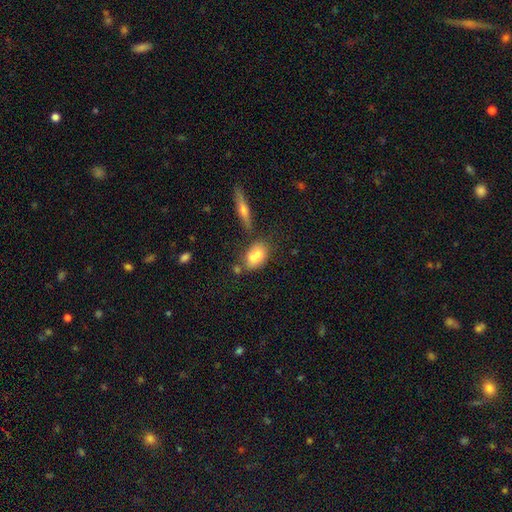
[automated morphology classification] The model was most divided on "merging": none: 45%, merger: 35%, minor disturbance: 15%, major disturbance: 5%. More confident: how rounded — in between (80%); smooth or featured — smooth (71%).